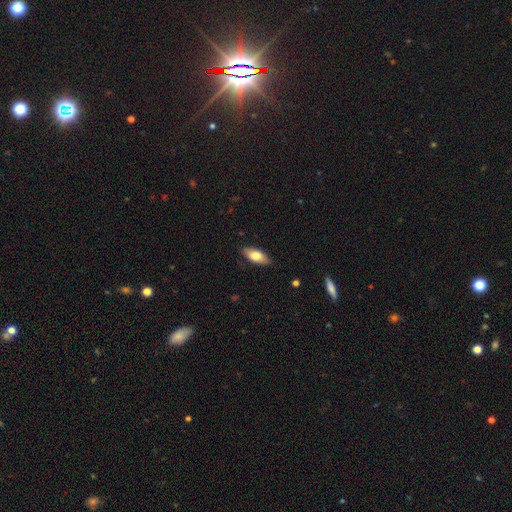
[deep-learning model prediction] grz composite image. It shows a smooth galaxy with no disk features (74%) that is in between round and cigar-shaped (84%). Merging: none (85%).